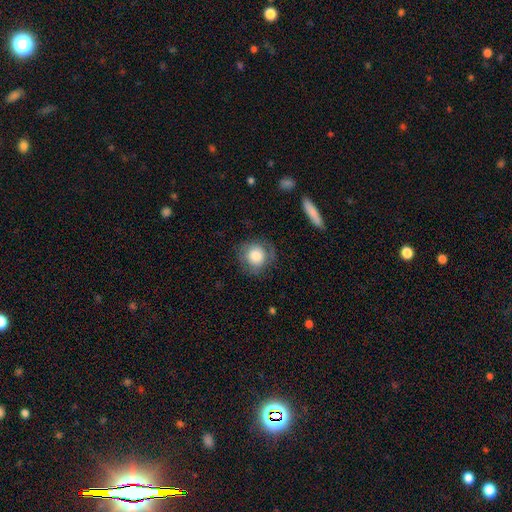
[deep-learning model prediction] Q: Smooth or featured?
A: smooth (73%); runner-up: featured or disk (20%)
Q: How rounded?
A: round (86%); runner-up: in between (13%)
Q: Merging?
A: none (72%); runner-up: minor disturbance (18%)